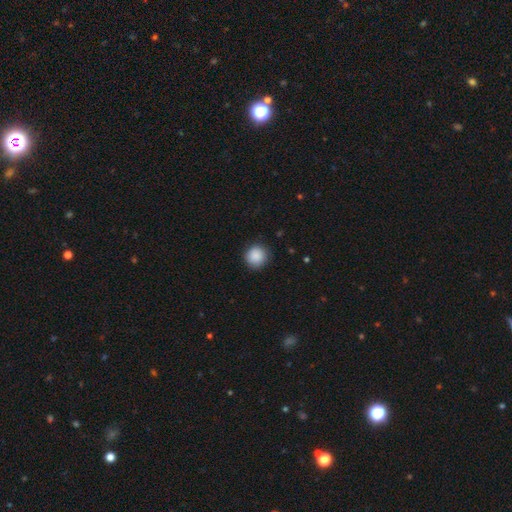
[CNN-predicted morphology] This is clearly a smooth galaxy (89%). How rounded: clearly round (93%). Merging: clearly none (88%).